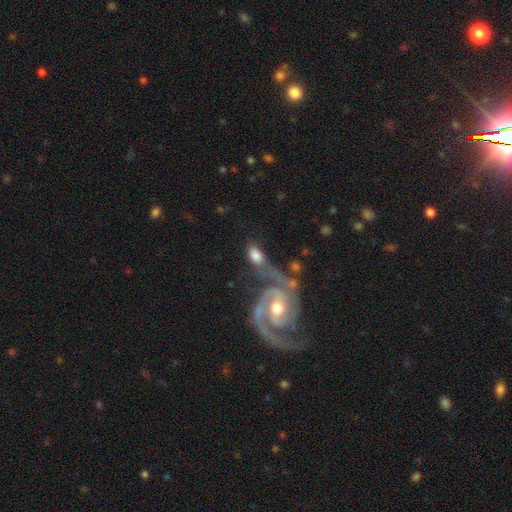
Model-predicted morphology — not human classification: Smooth or featured: smooth — 60% (featured or disk — 33%)
How rounded: in between — 88% (round — 8%)
Merging: none — 35% (merger — 32%)